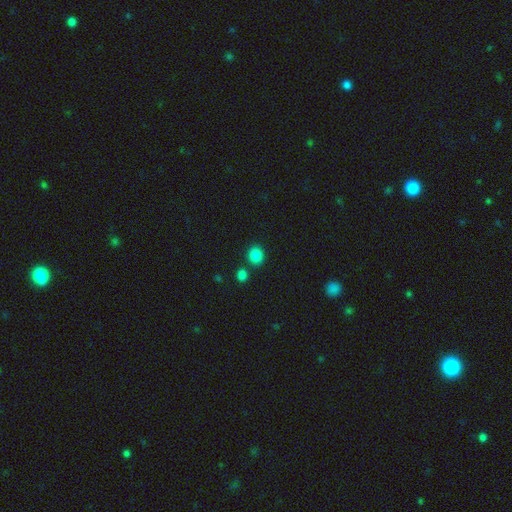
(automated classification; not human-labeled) Smooth or featured: smooth — 85% (star or artifact — 11%)
How rounded: round — 79% (in between — 20%)
Merging: none — 80% (merger — 10%)